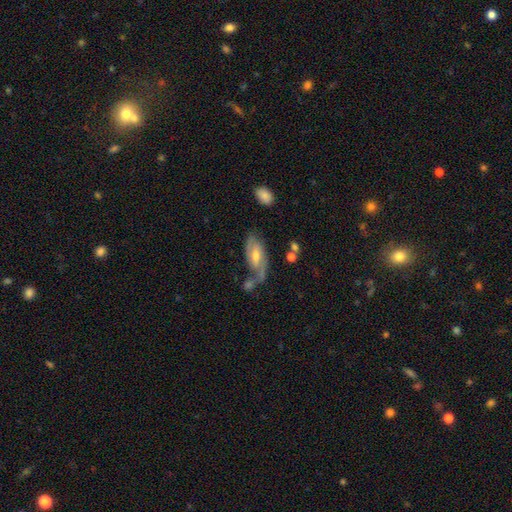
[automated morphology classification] Smooth or featured? featured or disk (69%)
Edge-on disk? no (92%)
Bar? weak (47%)
Spiral arms? yes (86%)
Spiral winding? medium (42%)
Spiral arm count? 2 (63%)
Bulge size? moderate (59%)
Merging? none (44%)